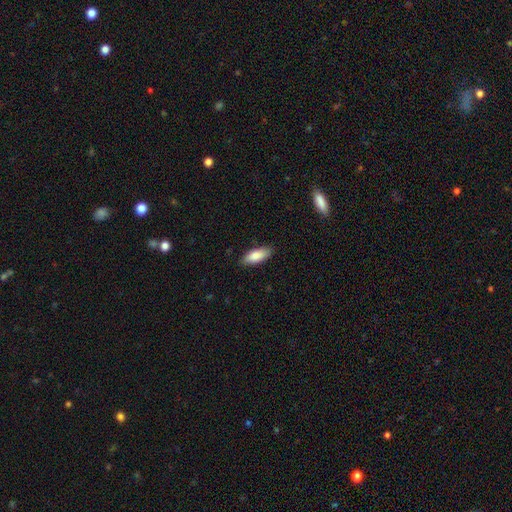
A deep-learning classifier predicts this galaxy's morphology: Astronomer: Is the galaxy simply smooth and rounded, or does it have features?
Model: smooth — 84%.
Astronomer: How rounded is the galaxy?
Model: in between — 77%.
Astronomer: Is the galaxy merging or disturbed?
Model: none — 85%.